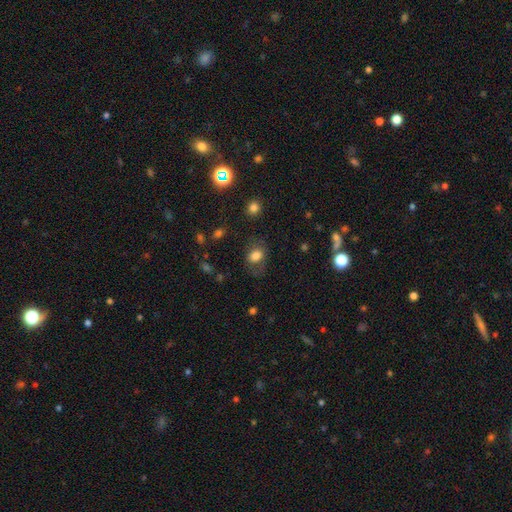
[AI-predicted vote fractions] Smooth or featured?
  - smooth: 74% *
  - featured or disk: 15%
  - star or artifact: 11%
How rounded?
  - in between: 65% *
  - round: 34%
  - cigar-shaped: 1%
Merging?
  - none: 59% *
  - minor disturbance: 21%
  - major disturbance: 18%
  - merger: 2%